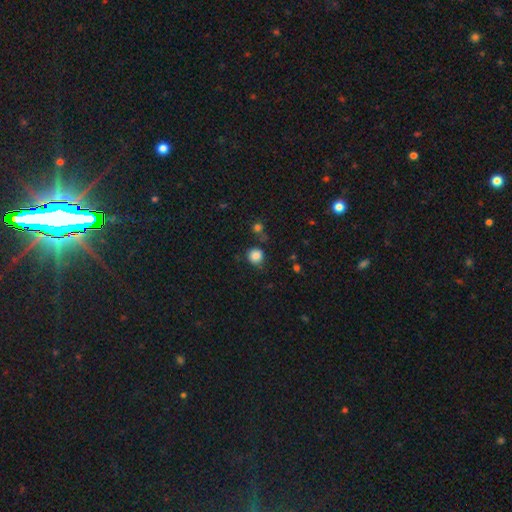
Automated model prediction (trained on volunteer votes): Smooth or featured: smooth — 85% (star or artifact — 11%)
How rounded: round — 89% (in between — 10%)
Merging: none — 80% (minor disturbance — 11%)